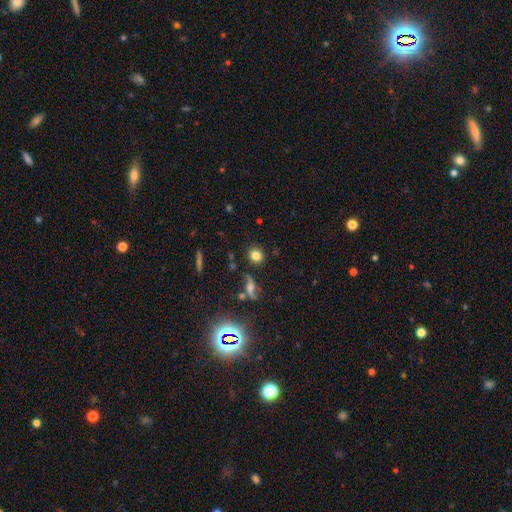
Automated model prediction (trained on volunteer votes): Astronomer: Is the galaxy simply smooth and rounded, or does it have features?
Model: smooth — 79%.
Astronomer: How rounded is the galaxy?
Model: round — 83%.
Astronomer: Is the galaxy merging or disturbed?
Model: none — 81%.